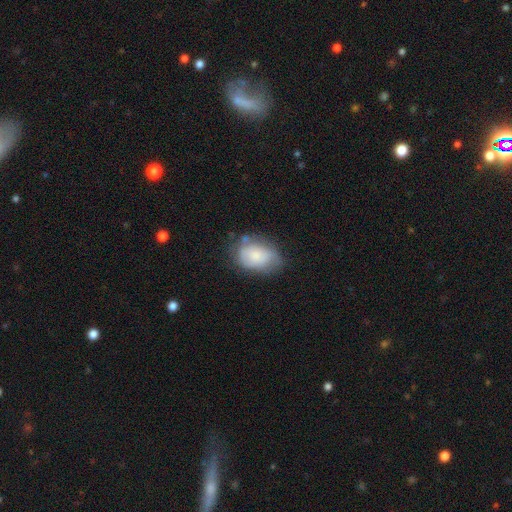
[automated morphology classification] A smooth galaxy with no disk features (73%) that is in between round and cigar-shaped (82%).

Vote fractions:
- Smooth or featured? smooth: 73% / featured or disk: 20% / star or artifact: 8%
- How rounded? in between: 82% / round: 17% / cigar-shaped: 1%
- Merging? none: 55% / minor disturbance: 30% / major disturbance: 11% / merger: 4%